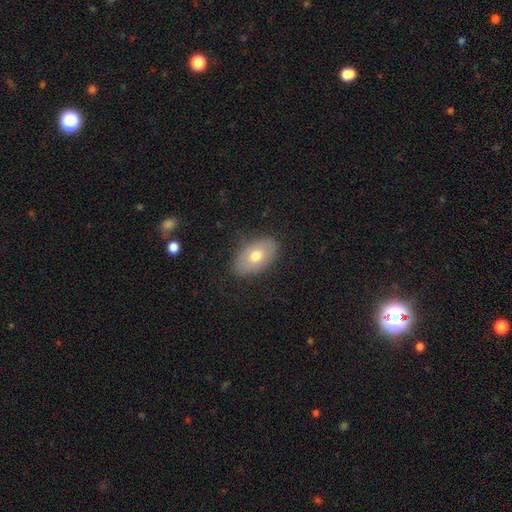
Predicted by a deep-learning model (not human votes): Overall: smooth (68%). How rounded: in between (91%). Merging: none (83%).